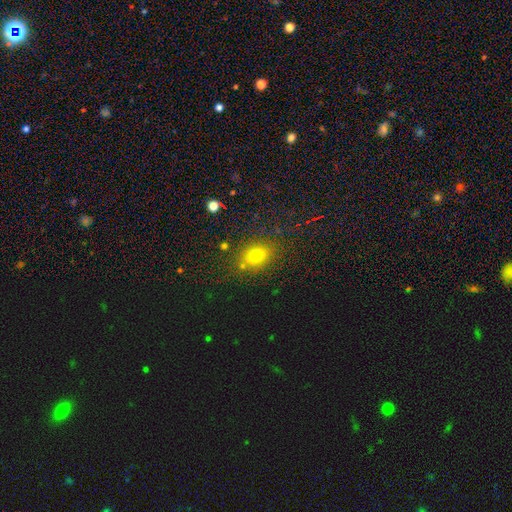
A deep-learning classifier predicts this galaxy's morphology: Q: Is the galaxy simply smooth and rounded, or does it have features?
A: smooth — 73%.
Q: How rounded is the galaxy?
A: in between — 69%.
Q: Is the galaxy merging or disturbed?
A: none — 79%.